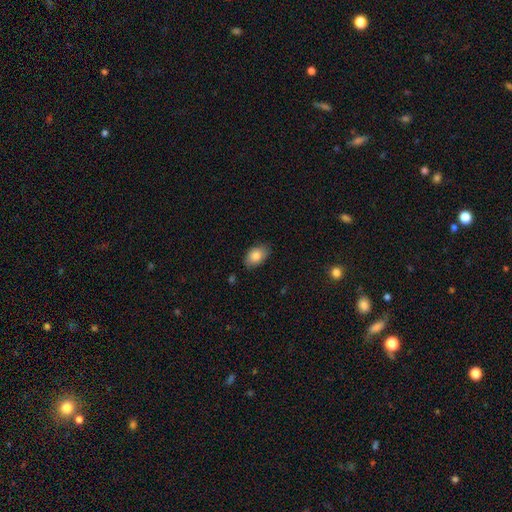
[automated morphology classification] Overall: smooth (84%). How rounded: in between (88%). Merging: none (81%).